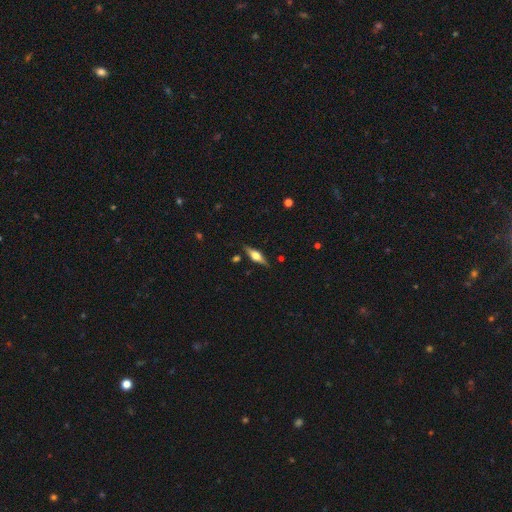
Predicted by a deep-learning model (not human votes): Smooth or featured? Predicted: featured or disk (p=0.60). Edge-on disk? Predicted: yes (p=0.94). Edge-on bulge? Predicted: rounded (p=0.90). Merging? Predicted: none (p=0.84).